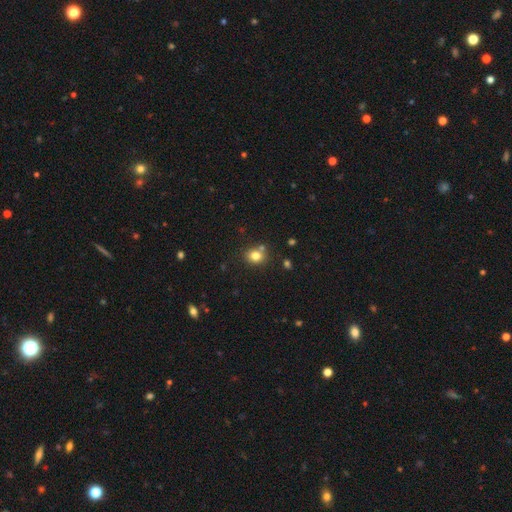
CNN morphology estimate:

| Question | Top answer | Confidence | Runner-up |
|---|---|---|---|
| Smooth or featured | smooth | 79% | star or artifact (13%) |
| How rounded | round | 65% | in between (34%) |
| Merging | none | 70% | merger (15%) |